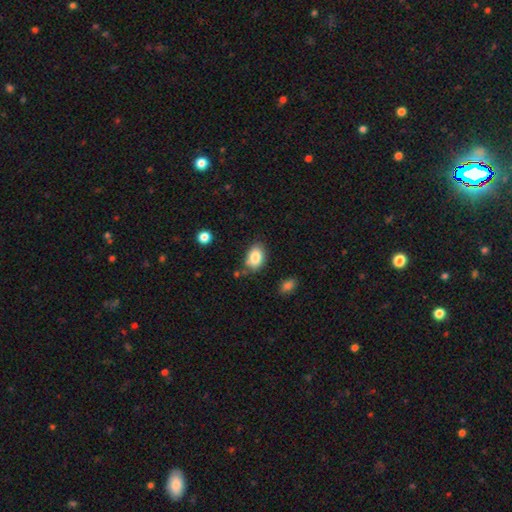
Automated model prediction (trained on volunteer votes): Morphology: type=smooth (84%); roundness=in between (81%); merging=none (72%).